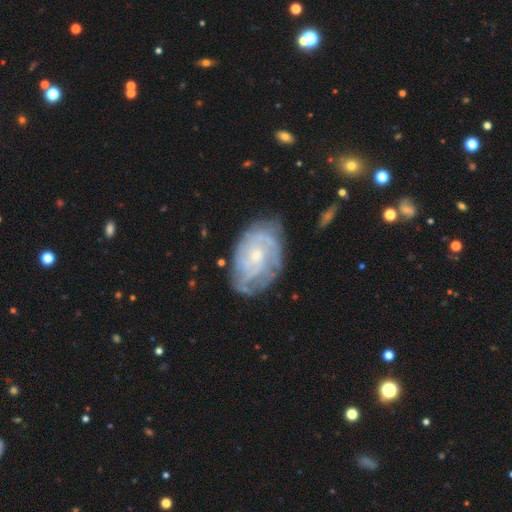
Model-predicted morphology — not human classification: Smooth or featured? featured or disk (80%)
Edge-on disk? no (96%)
Bar? no (72%)
Spiral arms? yes (91%)
Spiral winding? tight (64%)
Spiral arm count? can't tell (42%)
Bulge size? small (67%)
Merging? none (69%)